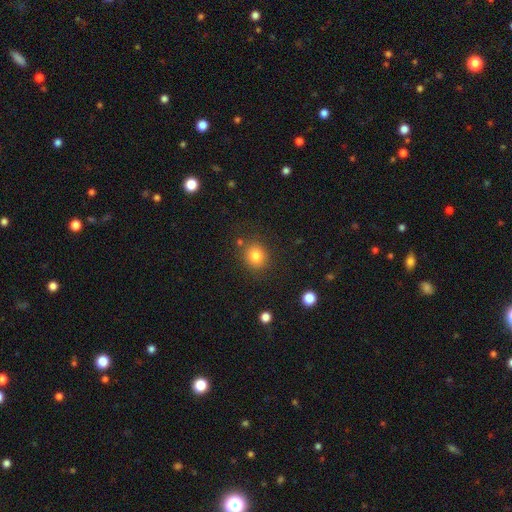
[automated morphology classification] A smooth galaxy with no disk features (81%) that is round (81%).

Vote fractions:
- Smooth or featured? smooth: 81% / star or artifact: 12% / featured or disk: 7%
- How rounded? round: 81% / in between: 18% / cigar-shaped: 1%
- Merging? none: 83% / minor disturbance: 9% / merger: 4% / major disturbance: 3%